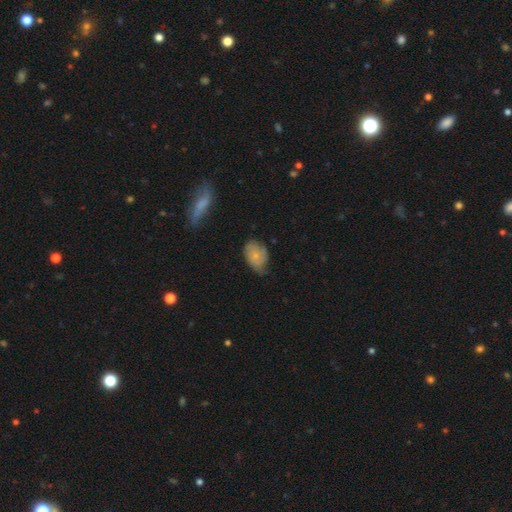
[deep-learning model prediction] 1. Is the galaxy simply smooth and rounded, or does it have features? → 60% smooth, 33% featured or disk, 7% star or artifact.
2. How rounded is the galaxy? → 80% in between, 19% round, 1% cigar-shaped.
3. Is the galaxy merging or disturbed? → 48% none, 39% minor disturbance, 11% major disturbance, 2% merger.